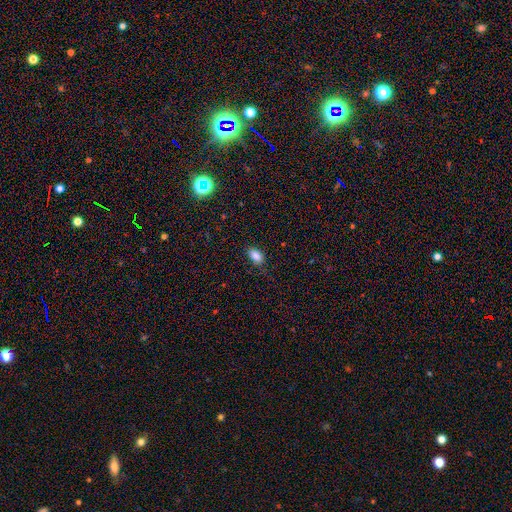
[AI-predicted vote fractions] Smooth or featured?
  - smooth: 86% *
  - star or artifact: 9%
  - featured or disk: 5%
How rounded?
  - in between: 90% *
  - round: 7%
  - cigar-shaped: 3%
Merging?
  - none: 79% *
  - minor disturbance: 16%
  - major disturbance: 4%
  - merger: 1%